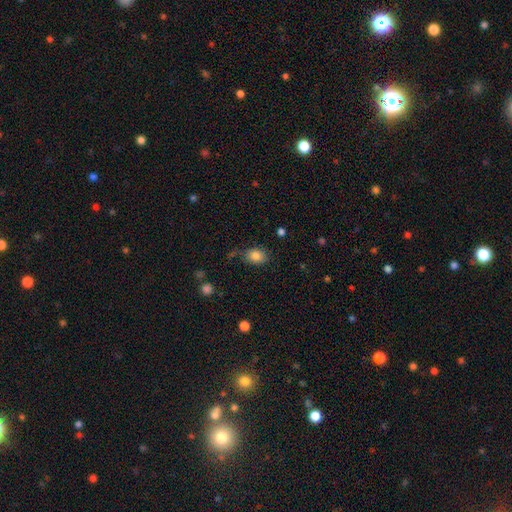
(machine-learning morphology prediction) This is clearly a smooth galaxy (83%). How rounded: likely in between (67%). Merging: likely none (72%).